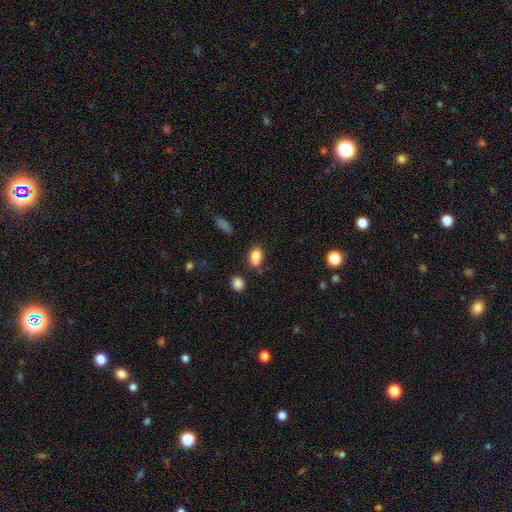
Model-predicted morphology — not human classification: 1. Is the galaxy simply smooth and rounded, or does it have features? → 82% smooth, 10% star or artifact, 8% featured or disk.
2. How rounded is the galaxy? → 81% in between, 16% round, 3% cigar-shaped.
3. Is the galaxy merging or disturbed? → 56% none, 20% minor disturbance, 17% merger, 6% major disturbance.